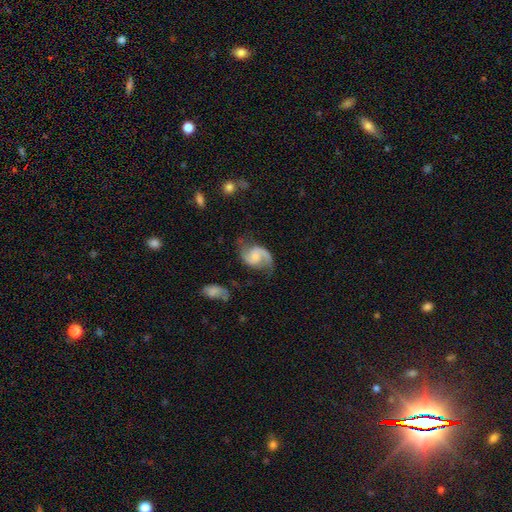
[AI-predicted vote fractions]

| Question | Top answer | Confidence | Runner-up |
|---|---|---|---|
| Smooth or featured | featured or disk | 87% | smooth (8%) |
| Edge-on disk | no | 98% | yes (2%) |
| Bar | no | 54% | weak (38%) |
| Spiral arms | yes | 97% | no (3%) |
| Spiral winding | medium | 53% | loose (33%) |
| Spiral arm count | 2 | 91% | 1 (3%) |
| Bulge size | small | 45% | moderate (30%) |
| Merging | none | 69% | minor disturbance (19%) |